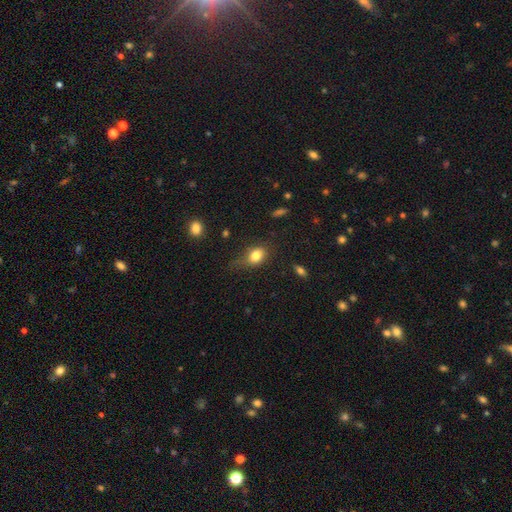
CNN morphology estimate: A smooth galaxy with no disk features (81%) that is in between round and cigar-shaped (67%). Merging: none (52%).